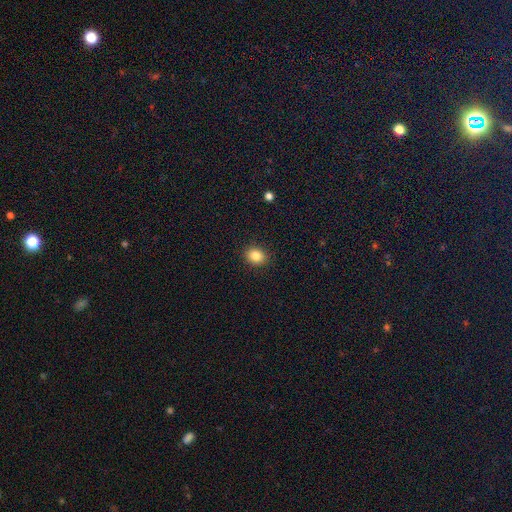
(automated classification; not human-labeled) Smooth or featured?
  - smooth: 84% *
  - star or artifact: 10%
  - featured or disk: 6%
How rounded?
  - round: 56% *
  - in between: 43%
  - cigar-shaped: 1%
Merging?
  - none: 91% *
  - minor disturbance: 6%
  - major disturbance: 2%
  - merger: 1%